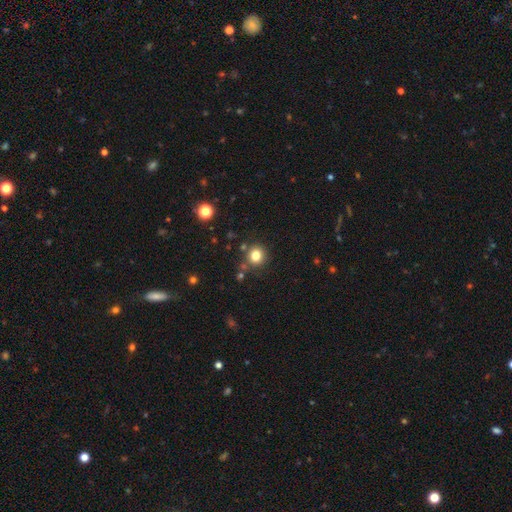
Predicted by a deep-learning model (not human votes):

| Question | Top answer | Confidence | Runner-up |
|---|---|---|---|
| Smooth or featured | smooth | 80% | star or artifact (13%) |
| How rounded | round | 88% | in between (11%) |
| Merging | none | 81% | minor disturbance (10%) |